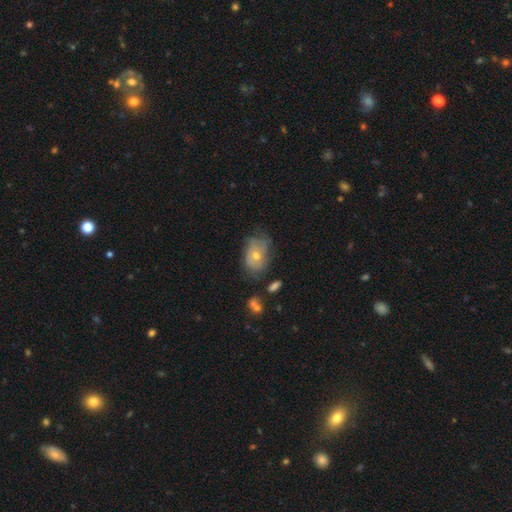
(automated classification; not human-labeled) smooth_or_featured: featured or disk (p=0.45) [alt: smooth p=0.44]
merging: none (p=0.52) [alt: minor disturbance p=0.31]